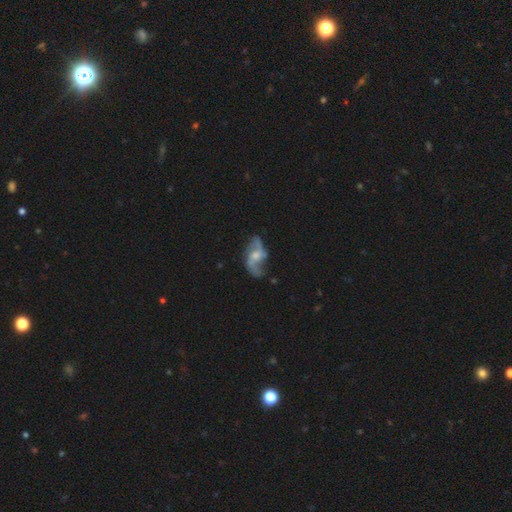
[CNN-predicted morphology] Q: Smooth or featured?
A: featured or disk (82%); runner-up: smooth (12%)
Q: Edge-on disk?
A: no (96%); runner-up: yes (4%)
Q: Bar?
A: no (52%); runner-up: weak (39%)
Q: Spiral arms?
A: yes (92%); runner-up: no (8%)
Q: Spiral winding?
A: loose (65%); runner-up: medium (28%)
Q: Spiral arm count?
A: 2 (87%); runner-up: can't tell (5%)
Q: Bulge size?
A: moderate (46%); runner-up: small (40%)
Q: Merging?
A: none (63%); runner-up: minor disturbance (21%)